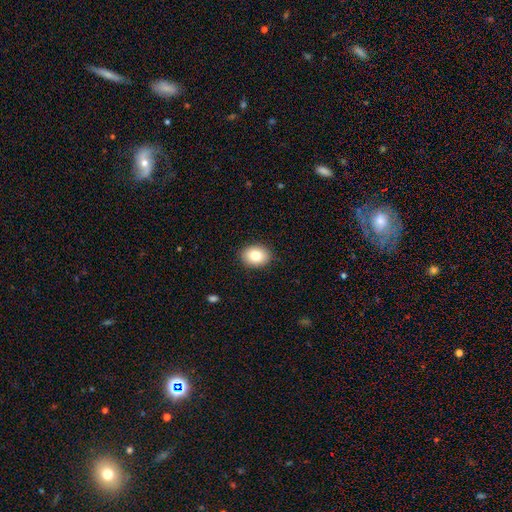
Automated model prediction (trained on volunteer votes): A smooth galaxy with no disk features (81%) that is in between round and cigar-shaped (59%).

Vote fractions:
- Smooth or featured? smooth: 81% / featured or disk: 11% / star or artifact: 9%
- How rounded? in between: 59% / round: 40% / cigar-shaped: 1%
- Merging? none: 89% / minor disturbance: 8% / major disturbance: 2% / merger: 1%